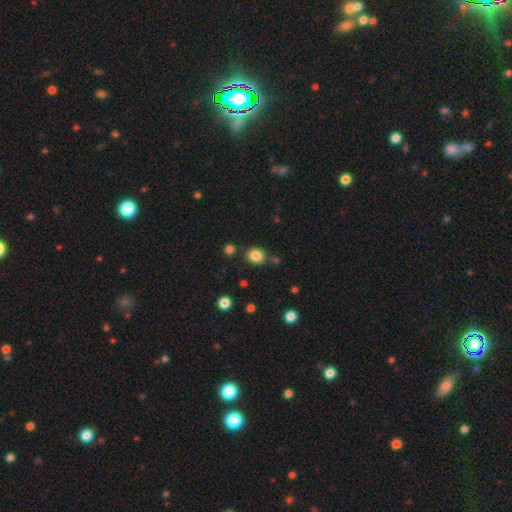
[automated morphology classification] The model was most divided on "how rounded": round: 53%, in between: 46%, cigar-shaped: 1%. More confident: smooth or featured — smooth (85%); merging — none (76%).